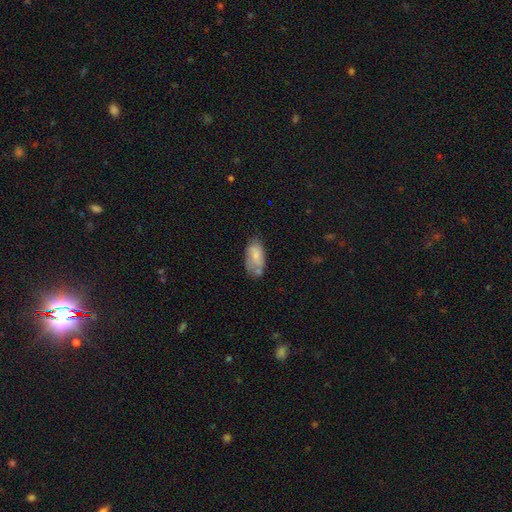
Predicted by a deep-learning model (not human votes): Overall: smooth (67%). How rounded: in between (92%). Merging: none (49%; minor disturbance 30%).